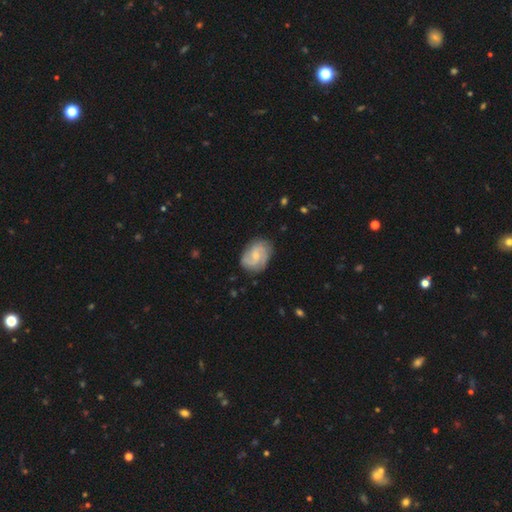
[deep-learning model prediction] A featured or disk galaxy (72%) with no bar (52%), 2 (57%) medium (46%) spiral arms (93%) and a small central bulge (56%).

Vote fractions:
- Smooth or featured? featured or disk: 72% / smooth: 23% / star or artifact: 6%
- Edge-on disk? no: 98% / yes: 2%
- Bar? no: 52% / weak: 42% / strong: 5%
- Spiral arms? yes: 93% / no: 7%
- Spiral winding? medium: 46% / tight: 34% / loose: 20%
- Spiral arm count? 2: 57% / 3: 17% / can't tell: 16% / 1: 4% / 4: 3% / more than 4: 3%
- Bulge size? small: 56% / moderate: 32% / none: 9% / large: 2% / dominant: 1%
- Merging? none: 74% / minor disturbance: 19% / major disturbance: 6% / merger: 1%